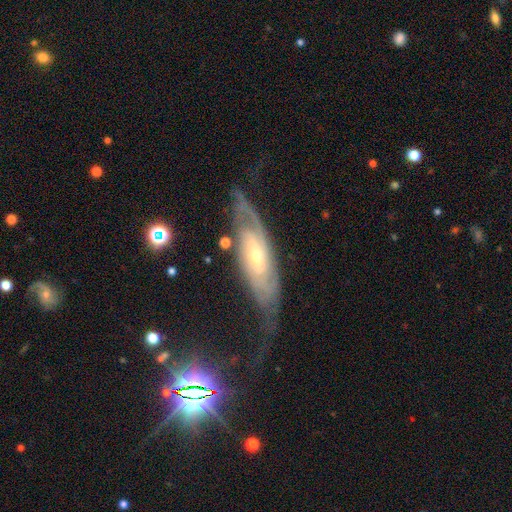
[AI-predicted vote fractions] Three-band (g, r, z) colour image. It shows a featured or disk galaxy (83%) with a weak bar (42%), 2 (50%) tight (54%) spiral arms (93%) and a small central bulge (55%). Merging: none (56%).